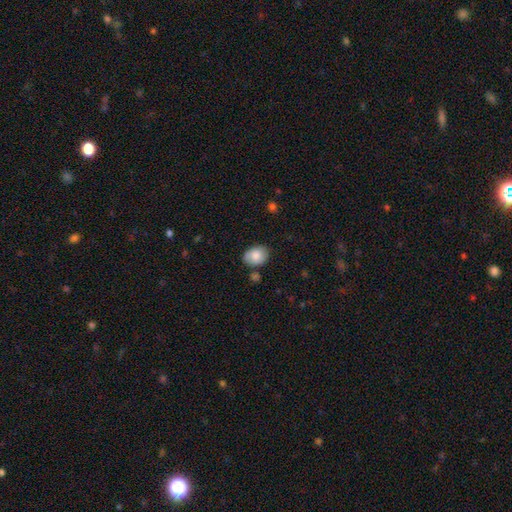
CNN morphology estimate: A smooth galaxy with no disk features (81%) that is in between round and cigar-shaped (65%). Merging: none (78%).